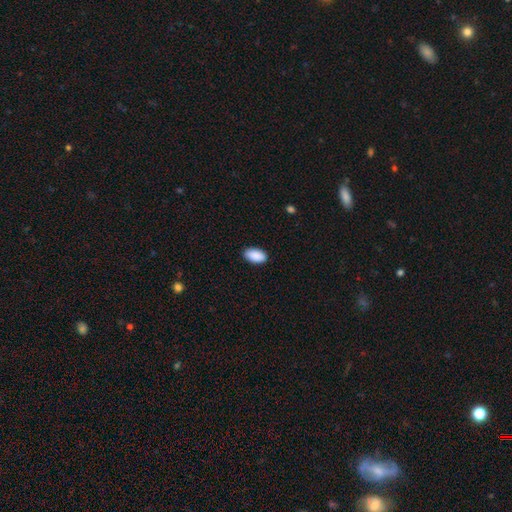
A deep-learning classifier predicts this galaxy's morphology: Smooth or featured?
  - smooth: 91% *
  - star or artifact: 6%
  - featured or disk: 3%
How rounded?
  - in between: 95% *
  - round: 3%
  - cigar-shaped: 2%
Merging?
  - none: 89% *
  - minor disturbance: 9%
  - major disturbance: 2%
  - merger: 1%